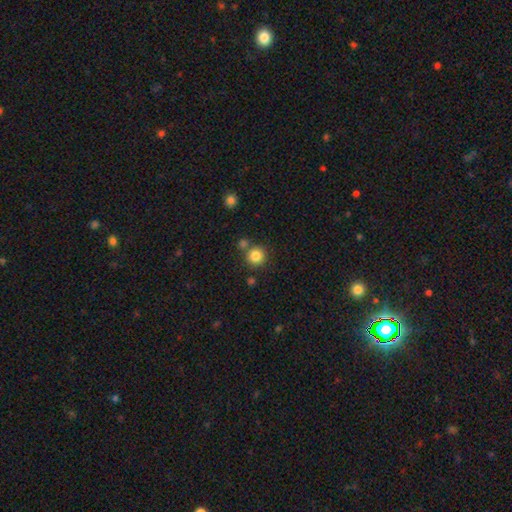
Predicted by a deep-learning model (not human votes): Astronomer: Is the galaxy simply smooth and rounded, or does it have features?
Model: smooth — 84%.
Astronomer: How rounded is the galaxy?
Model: round — 93%.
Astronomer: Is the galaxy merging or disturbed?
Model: none — 75%.